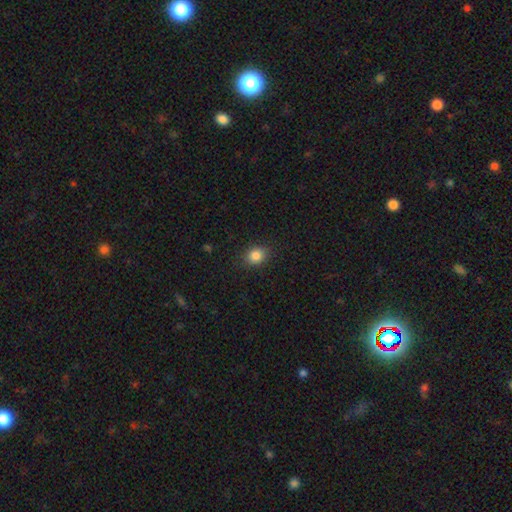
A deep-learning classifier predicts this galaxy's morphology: This is clearly a smooth galaxy (85%). How rounded: possibly round (57%). Merging: clearly none (87%).